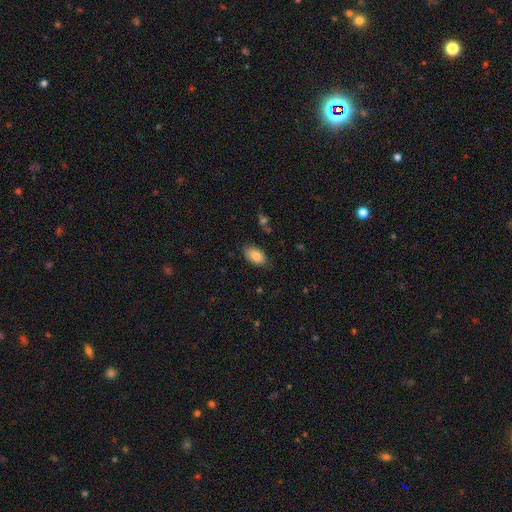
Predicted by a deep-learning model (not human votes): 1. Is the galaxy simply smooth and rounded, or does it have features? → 85% smooth, 8% featured or disk, 7% star or artifact.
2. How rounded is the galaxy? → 94% in between, 4% round, 2% cigar-shaped.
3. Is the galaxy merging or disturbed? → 83% none, 13% minor disturbance, 3% major disturbance, 1% merger.